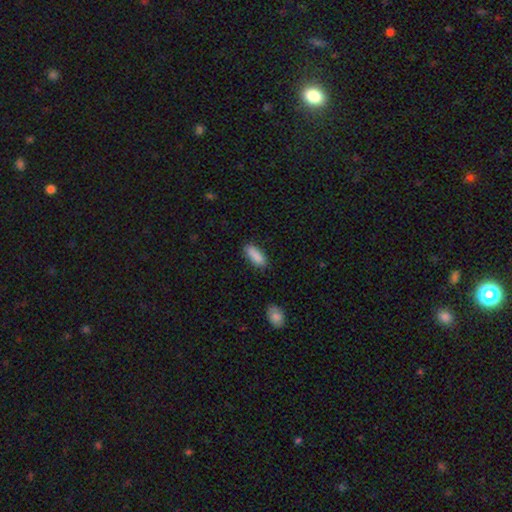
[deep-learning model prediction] smooth_or_featured: smooth (p=0.88) [alt: star or artifact p=0.07]
how_rounded: in between (p=0.72) [alt: cigar-shaped p=0.26]
merging: none (p=0.82) [alt: minor disturbance p=0.14]